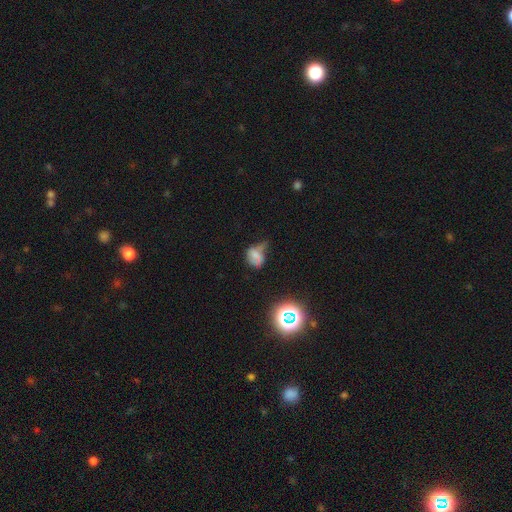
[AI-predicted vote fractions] smooth 57%, featured or disk 23%, star or artifact 20%. Down the decision tree: how rounded — in between (62%); merging — minor disturbance (35%).